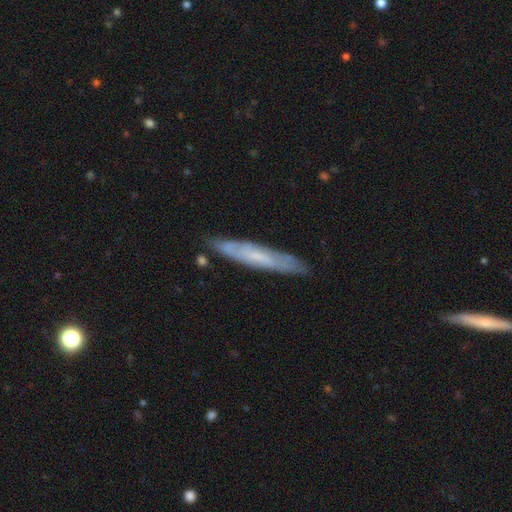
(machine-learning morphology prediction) Smooth or featured?
  - featured or disk: 56% *
  - smooth: 37%
  - star or artifact: 7%
Edge-on disk?
  - yes: 65% *
  - no: 35%
Merging?
  - none: 80% *
  - minor disturbance: 15%
  - major disturbance: 3%
  - merger: 2%